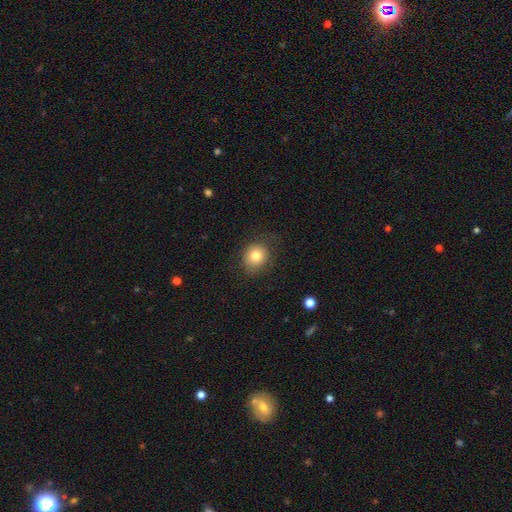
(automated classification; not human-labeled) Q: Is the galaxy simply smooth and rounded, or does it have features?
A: smooth — 80%.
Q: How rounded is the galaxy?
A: round — 73%.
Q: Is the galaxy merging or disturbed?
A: none — 77%.